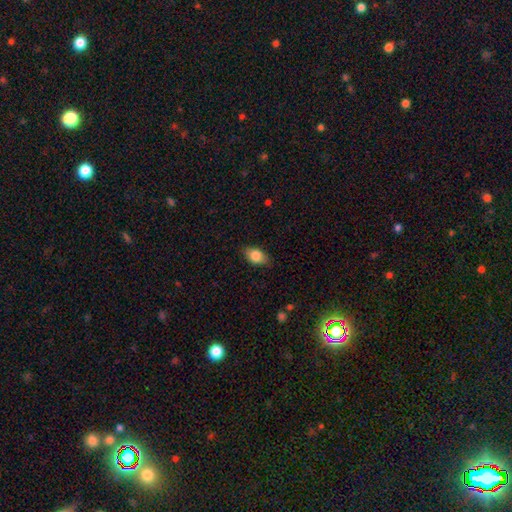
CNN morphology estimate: smooth 82%, featured or disk 10%, star or artifact 8%. Down the decision tree: how rounded — in between (84%); merging — none (82%).